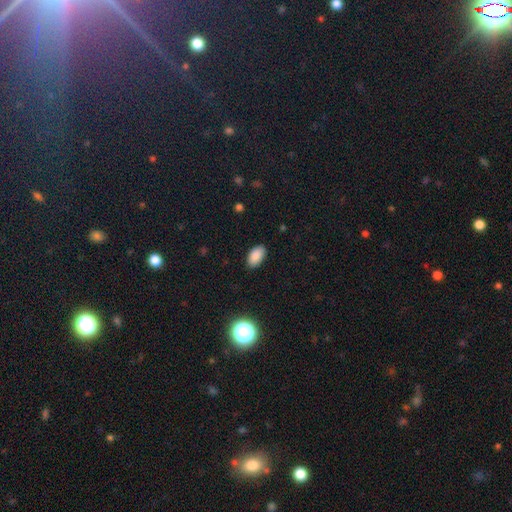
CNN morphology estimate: smooth 86%, star or artifact 9%, featured or disk 4%. Down the decision tree: how rounded — in between (94%); merging — none (88%).